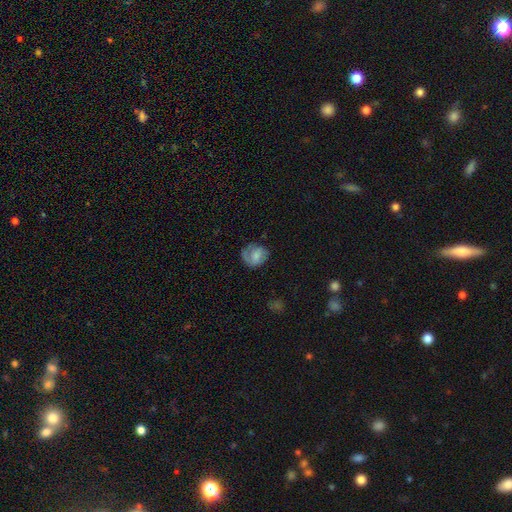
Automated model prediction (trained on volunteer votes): This is likely a smooth galaxy (61%). How rounded: likely round (68%). Merging: possibly none (57%).